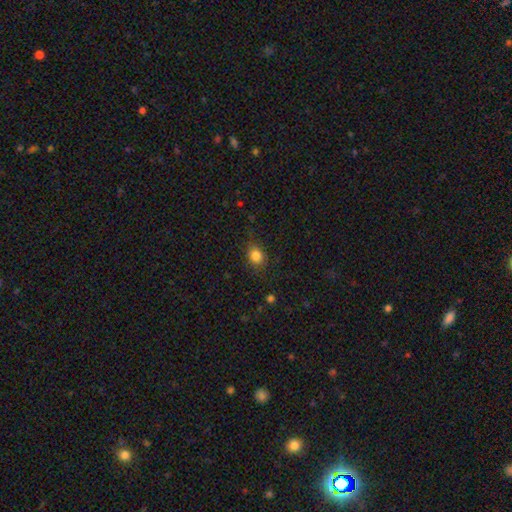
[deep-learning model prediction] smooth-or-featured: smooth: 83% | star or artifact: 11% | featured or disk: 6%
  how-rounded: round: 54% | in between: 44% | cigar-shaped: 1%
  merging: none: 77% | minor disturbance: 16% | major disturbance: 5% | merger: 1%